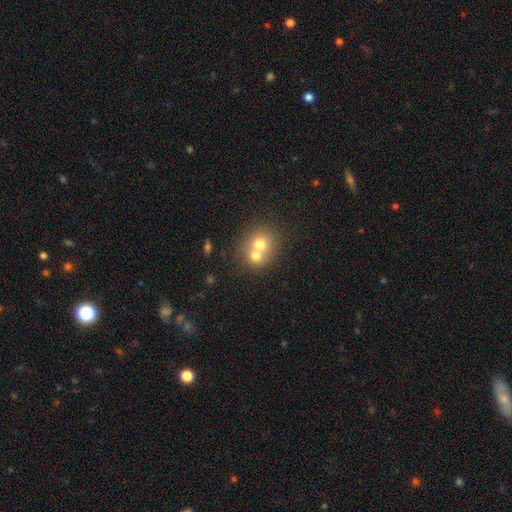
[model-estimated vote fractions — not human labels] Smooth or featured: smooth — 70% (featured or disk — 20%)
How rounded: round — 76% (in between — 23%)
Merging: merger — 66% (none — 27%)